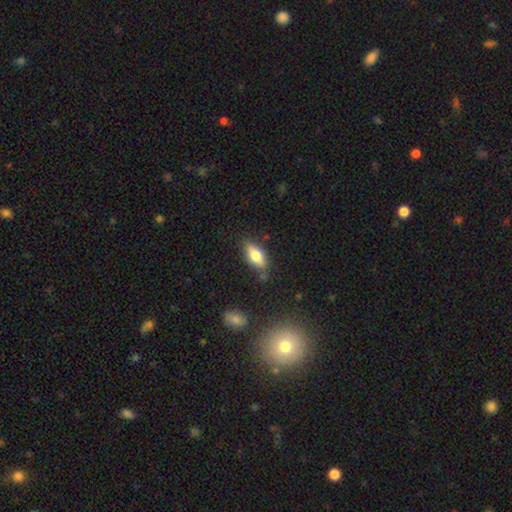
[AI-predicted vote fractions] Morphology: type=smooth (73%); roundness=in between (82%); merging=none (77%).